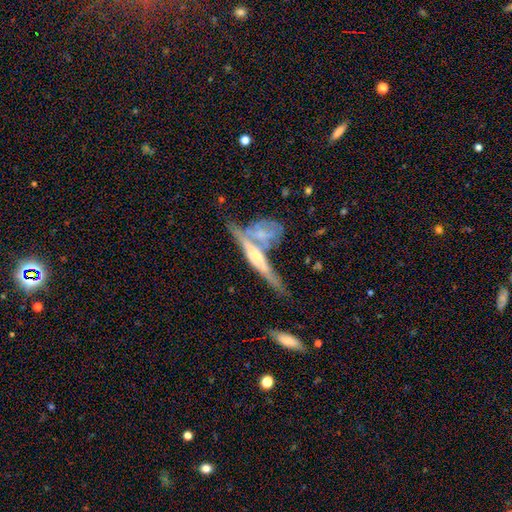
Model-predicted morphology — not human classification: smooth_or_featured: featured or disk (p=0.72) [alt: smooth p=0.22]
disk_edge_on: yes (p=0.87) [alt: no p=0.13]
edge_on_bulge: rounded (p=0.78) [alt: none p=0.13]
merging: none (p=0.42) [alt: merger p=0.40]